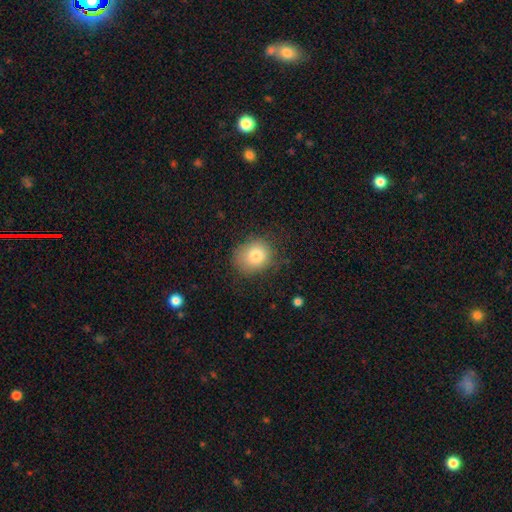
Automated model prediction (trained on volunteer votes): smooth 81%, star or artifact 10%, featured or disk 9%. Down the decision tree: how rounded — round (69%); merging — none (73%).